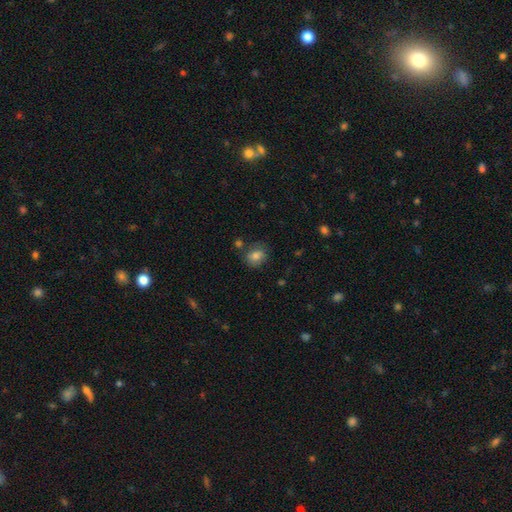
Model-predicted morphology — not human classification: Smooth or featured?
  - smooth: 80% *
  - star or artifact: 10%
  - featured or disk: 10%
How rounded?
  - round: 58% *
  - in between: 41%
  - cigar-shaped: 1%
Merging?
  - none: 71% *
  - minor disturbance: 18%
  - merger: 6%
  - major disturbance: 6%